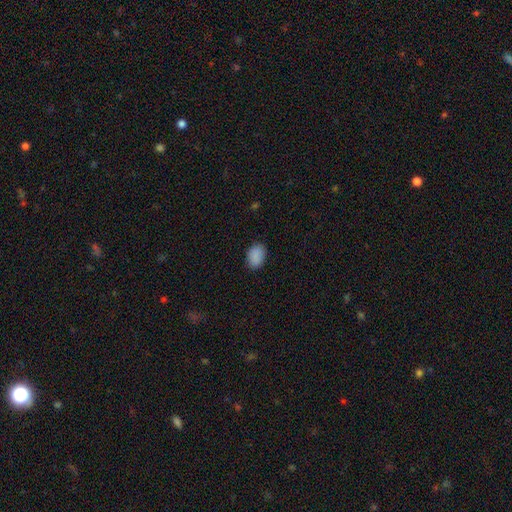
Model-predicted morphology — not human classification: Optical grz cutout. It shows a smooth galaxy with no disk features (89%) that is in between round and cigar-shaped (83%). Merging: none (85%).